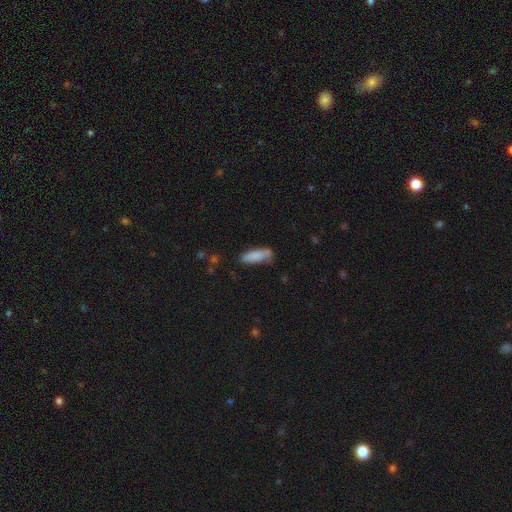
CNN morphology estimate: Smooth or featured: smooth — 85% (featured or disk — 9%)
How rounded: in between — 49% (tied with cigar-shaped — 49%)
Merging: none — 64% (minor disturbance — 25%)